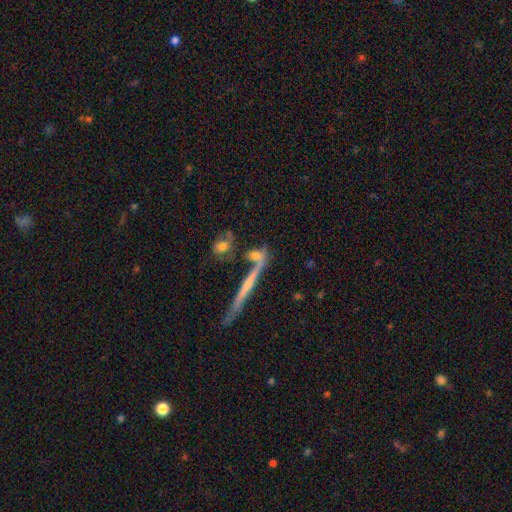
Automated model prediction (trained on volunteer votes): Q: Smooth or featured?
A: smooth (51%); runner-up: featured or disk (38%)
Q: How rounded?
A: cigar-shaped (51%); runner-up: in between (32%)
Q: Merging?
A: none (45%); runner-up: merger (31%)